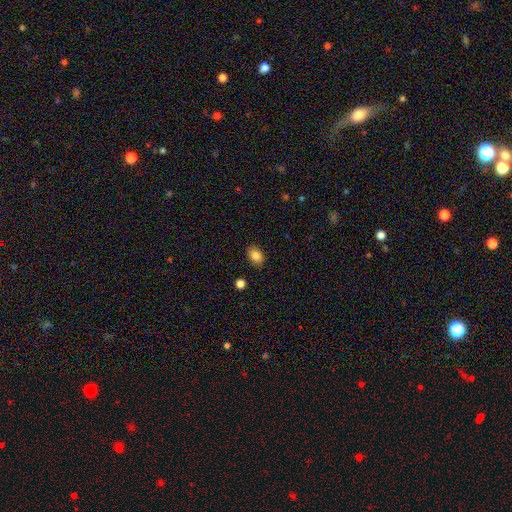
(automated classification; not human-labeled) A smooth galaxy with no disk features (84%) that is in between round and cigar-shaped (75%). Merging: none (87%).